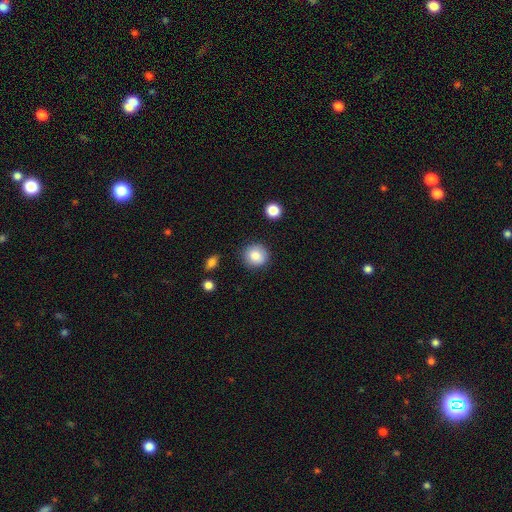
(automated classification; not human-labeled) Smooth or featured? Predicted: smooth (p=0.86). How rounded? Predicted: round (p=0.90). Merging? Predicted: none (p=0.87).